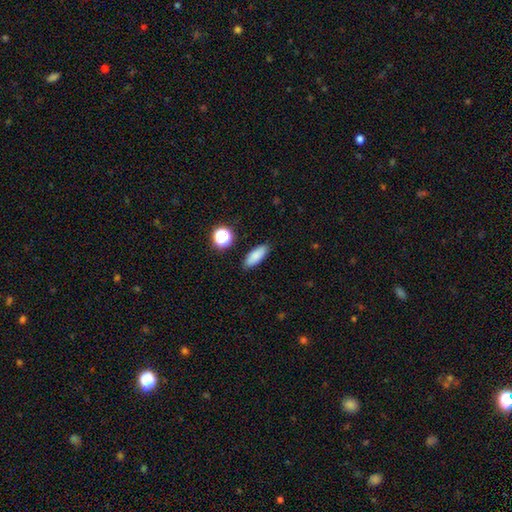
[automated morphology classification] smooth 84%, star or artifact 9%, featured or disk 7%. Down the decision tree: how rounded — in between (70%); merging — none (87%).